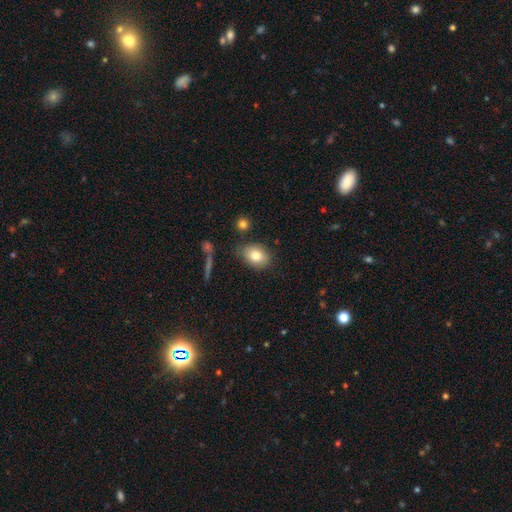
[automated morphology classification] type=smooth (81%); roundness=in between (66%); merging=none (78%).